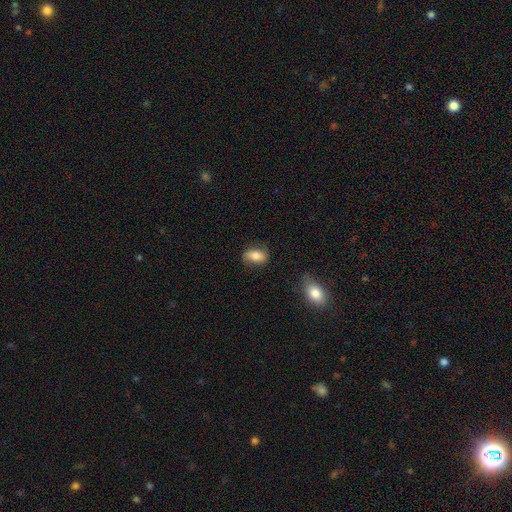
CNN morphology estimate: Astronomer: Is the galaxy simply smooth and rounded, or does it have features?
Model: smooth — 72%.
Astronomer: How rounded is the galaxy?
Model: in between — 86%.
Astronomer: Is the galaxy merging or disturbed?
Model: none — 69%.